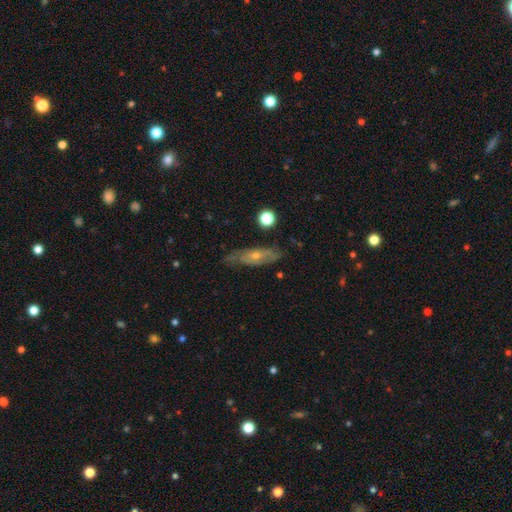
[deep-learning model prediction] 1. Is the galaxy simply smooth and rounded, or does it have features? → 64% featured or disk, 27% smooth, 8% star or artifact.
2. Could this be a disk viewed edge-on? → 56% no, 44% yes.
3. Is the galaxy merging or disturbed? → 75% none, 19% minor disturbance, 5% major disturbance, 2% merger.